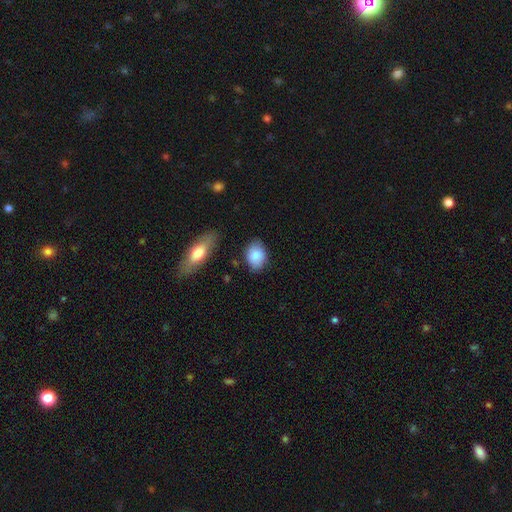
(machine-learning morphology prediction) This is clearly a smooth galaxy (86%). How rounded: likely in between (78%). Merging: likely none (76%).